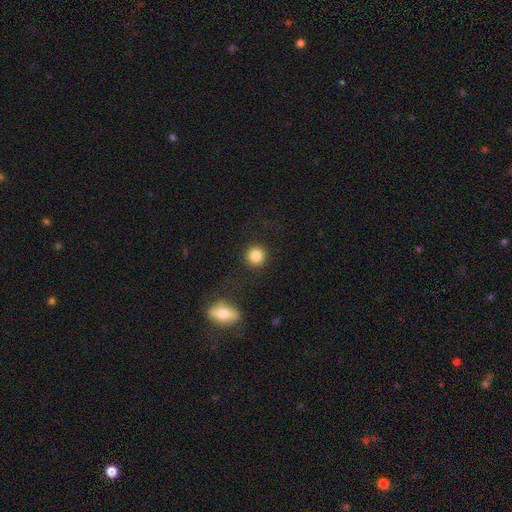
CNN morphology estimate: Overall: smooth (85%). How rounded: round (93%). Merging: none (89%).